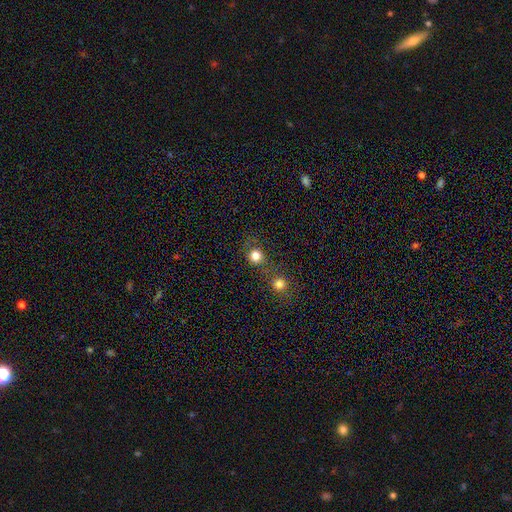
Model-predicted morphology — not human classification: smooth_or_featured: smooth (p=0.79) [alt: star or artifact p=0.14]
how_rounded: round (p=0.90) [alt: in between p=0.09]
merging: none (p=0.67) [alt: merger p=0.19]